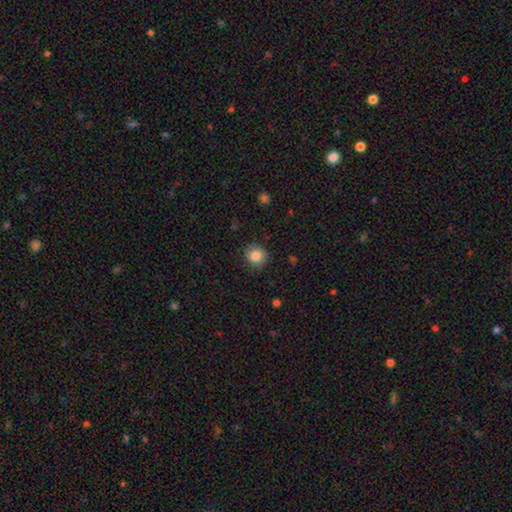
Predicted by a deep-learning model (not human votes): Smooth or featured: smooth — 84% (star or artifact — 9%)
How rounded: round — 86% (in between — 13%)
Merging: none — 84% (minor disturbance — 12%)